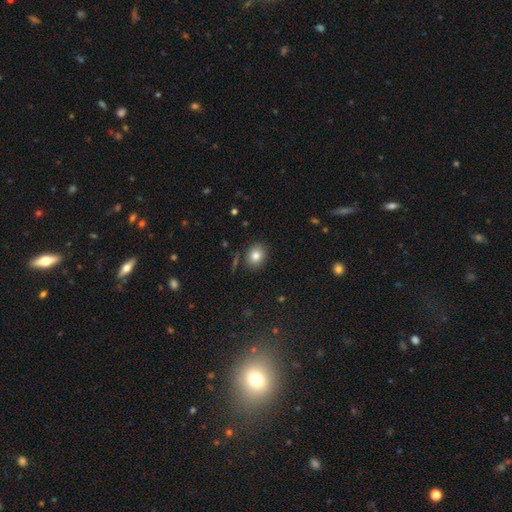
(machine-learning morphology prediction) Smooth or featured?
  - smooth: 81% *
  - star or artifact: 10%
  - featured or disk: 9%
How rounded?
  - round: 50% *
  - in between: 49%
  - cigar-shaped: 1%
Merging?
  - none: 84% *
  - minor disturbance: 11%
  - merger: 3%
  - major disturbance: 3%